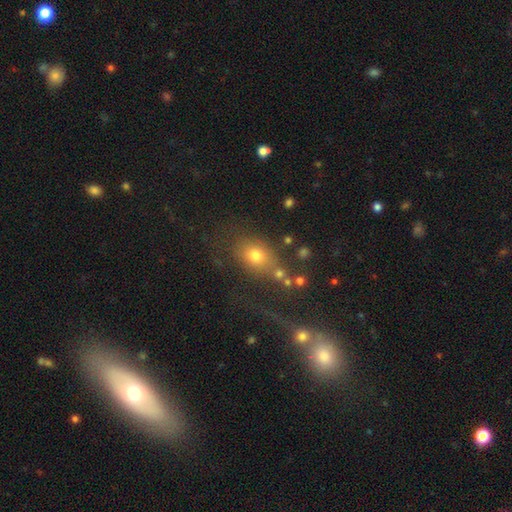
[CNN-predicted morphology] Overall: smooth (68%). How rounded: in between (55%; round 42%). Merging: none (52%; major disturbance 19%).